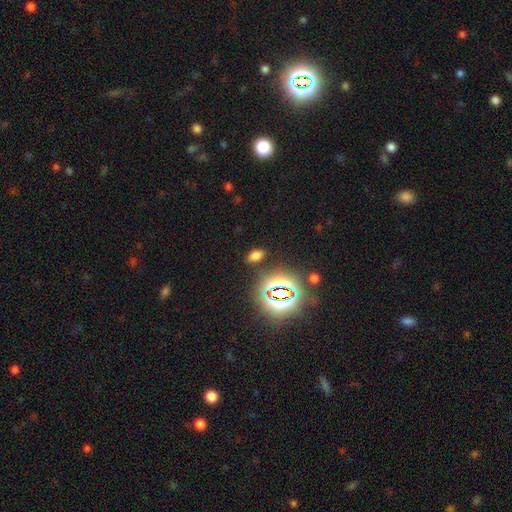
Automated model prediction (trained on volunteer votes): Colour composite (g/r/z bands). It shows a smooth galaxy with no disk features (62%) that is in between round and cigar-shaped (86%). Merging: none (84%).